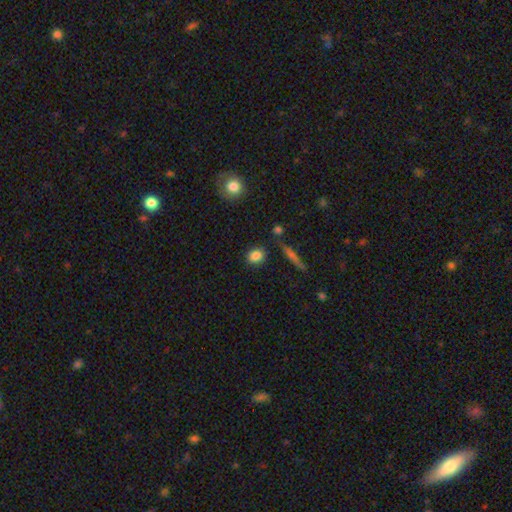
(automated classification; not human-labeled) A smooth galaxy with no disk features (85%) that is round (56%). Merging: none (84%).